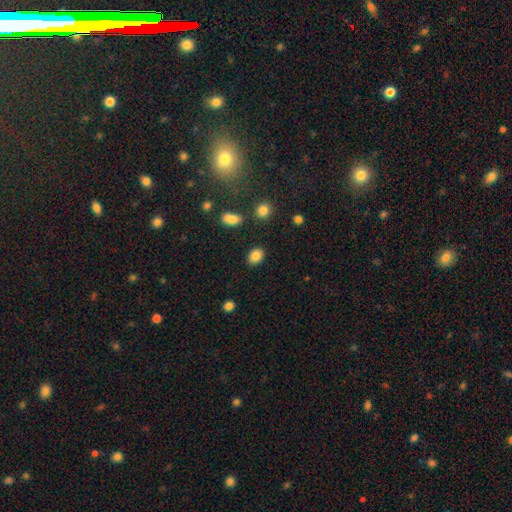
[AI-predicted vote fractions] This is clearly a smooth galaxy (86%). How rounded: likely in between (68%). Merging: clearly none (85%).